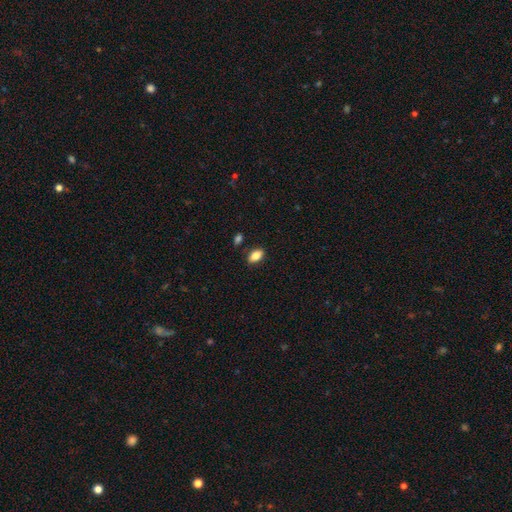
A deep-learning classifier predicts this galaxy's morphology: Overall: smooth (84%). How rounded: in between (90%). Merging: none (85%).